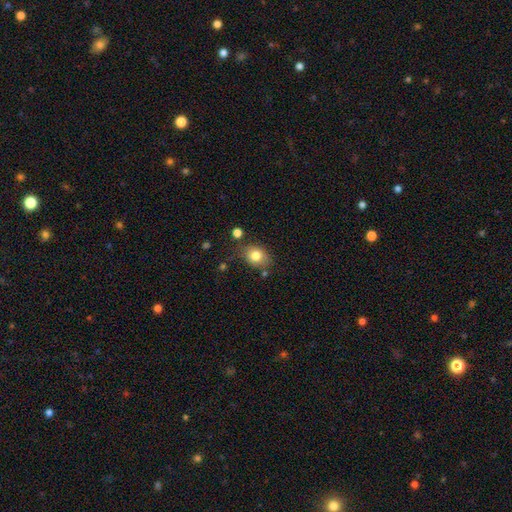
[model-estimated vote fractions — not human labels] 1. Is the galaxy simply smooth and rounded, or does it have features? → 81% smooth, 10% star or artifact, 10% featured or disk.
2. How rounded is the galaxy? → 50% round, 49% in between, 1% cigar-shaped.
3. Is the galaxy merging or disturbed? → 71% none, 18% minor disturbance, 6% merger, 5% major disturbance.